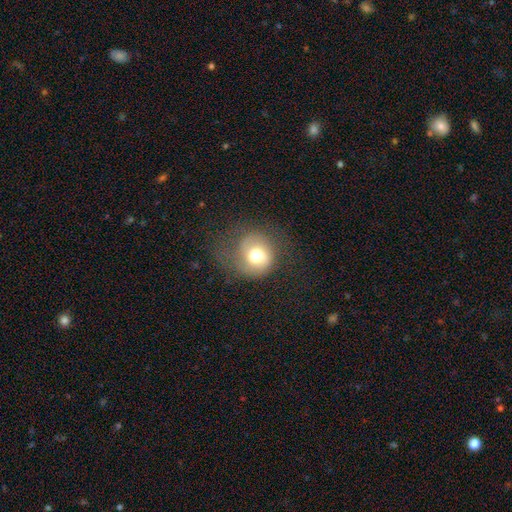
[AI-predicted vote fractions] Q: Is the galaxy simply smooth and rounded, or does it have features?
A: smooth — 62%.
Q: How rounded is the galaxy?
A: round — 82%.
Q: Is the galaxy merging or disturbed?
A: none — 53%.